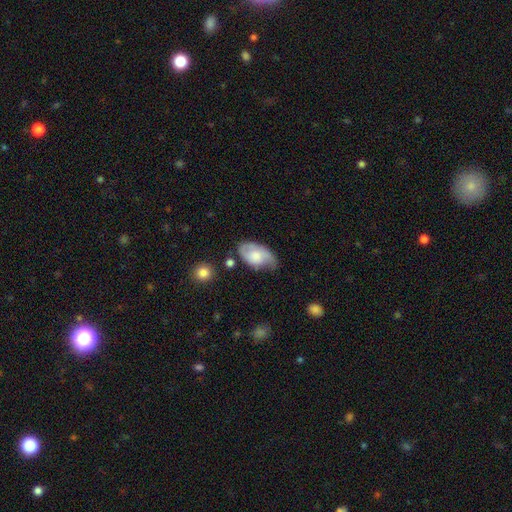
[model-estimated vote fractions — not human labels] Smooth or featured?
  - smooth: 47% *
  - featured or disk: 46%
  - star or artifact: 7%
Merging?
  - none: 48% *
  - minor disturbance: 35%
  - major disturbance: 13%
  - merger: 4%